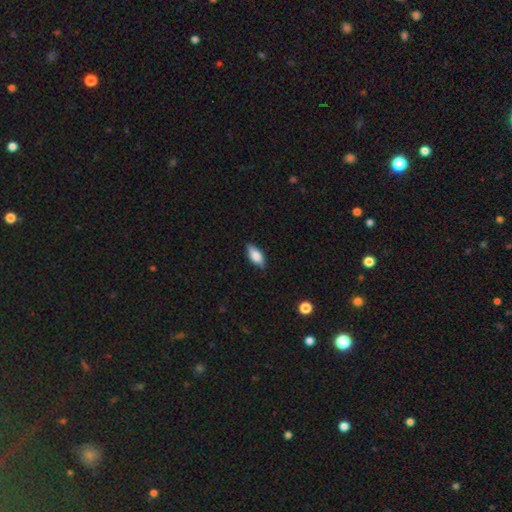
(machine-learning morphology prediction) Q: Smooth or featured?
A: smooth (77%); runner-up: featured or disk (17%)
Q: How rounded?
A: in between (85%); runner-up: cigar-shaped (12%)
Q: Merging?
A: none (84%); runner-up: minor disturbance (13%)